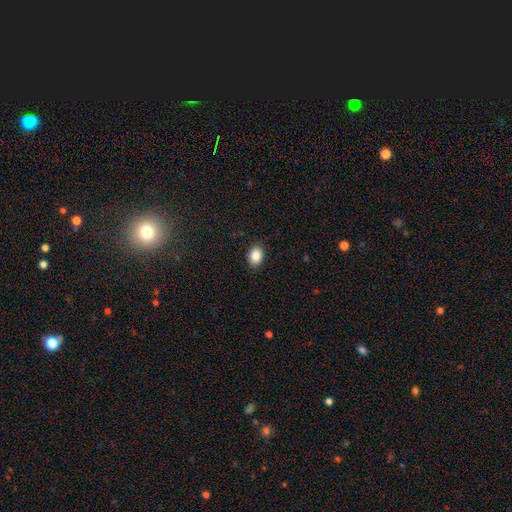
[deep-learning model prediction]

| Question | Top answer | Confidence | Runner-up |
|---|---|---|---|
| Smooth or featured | smooth | 87% | star or artifact (9%) |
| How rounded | in between | 65% | round (34%) |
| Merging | none | 89% | minor disturbance (8%) |